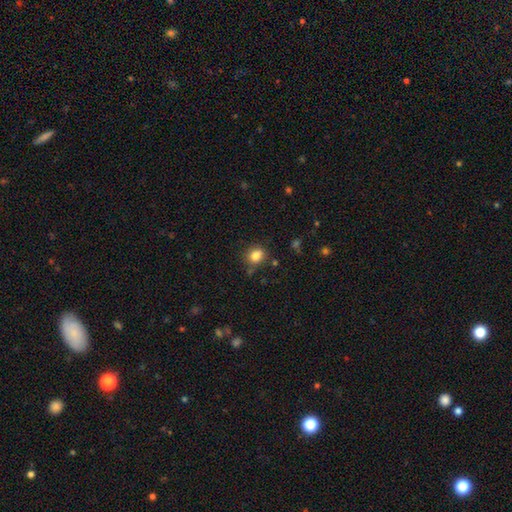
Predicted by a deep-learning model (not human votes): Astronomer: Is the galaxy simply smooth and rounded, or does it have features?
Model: smooth — 83%.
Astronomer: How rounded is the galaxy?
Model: round — 65%.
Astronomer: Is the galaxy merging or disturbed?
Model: none — 80%.